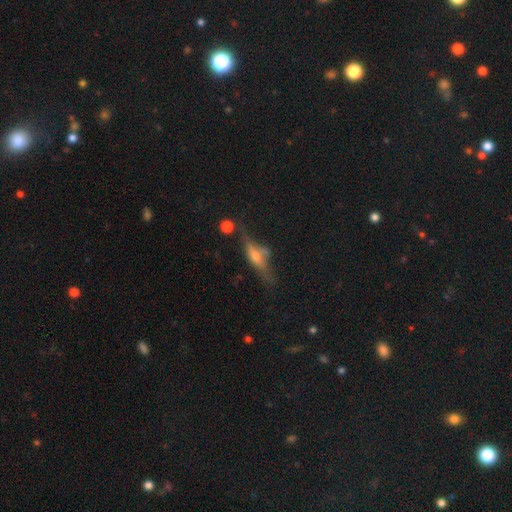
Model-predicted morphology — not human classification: smooth-or-featured: featured or disk: 59% | smooth: 29% | star or artifact: 12%
  disk-edge-on: yes: 83% | no: 17%
  merging: none: 56% | minor disturbance: 22% | major disturbance: 15% | merger: 8%